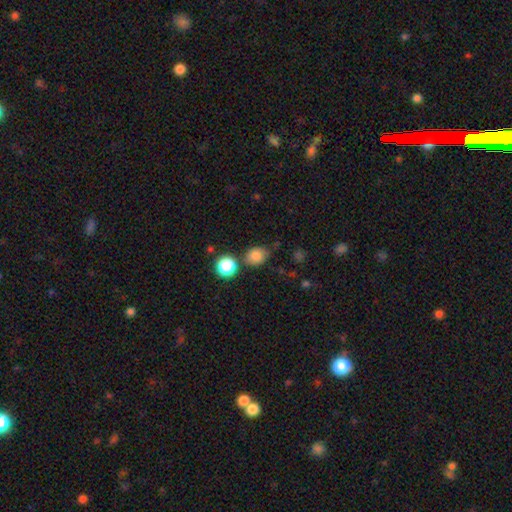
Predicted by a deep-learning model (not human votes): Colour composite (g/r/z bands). It shows a smooth galaxy with no disk features (82%) that is in between round and cigar-shaped (52%). Merging: none (68%).